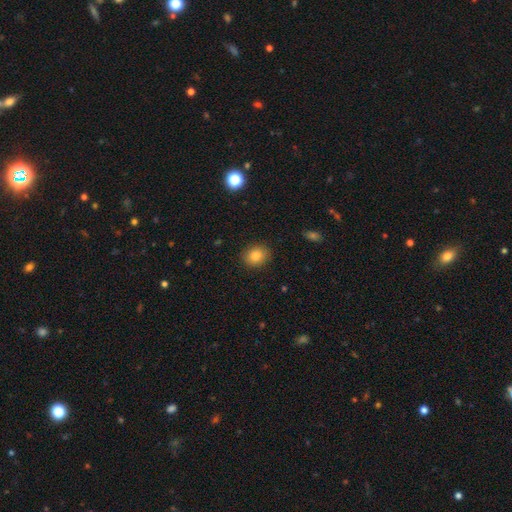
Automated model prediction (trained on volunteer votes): Smooth or featured? smooth (83%)
How rounded? round (66%)
Merging? none (89%)